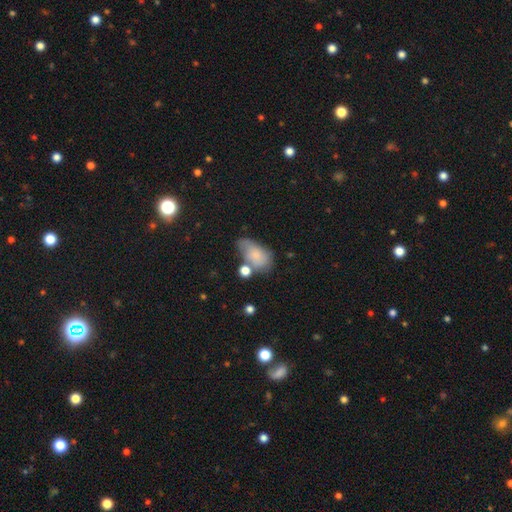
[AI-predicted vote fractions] Smooth or featured: smooth — 71% (featured or disk — 20%)
How rounded: in between — 89% (round — 9%)
Merging: none — 36% (minor disturbance — 30%)